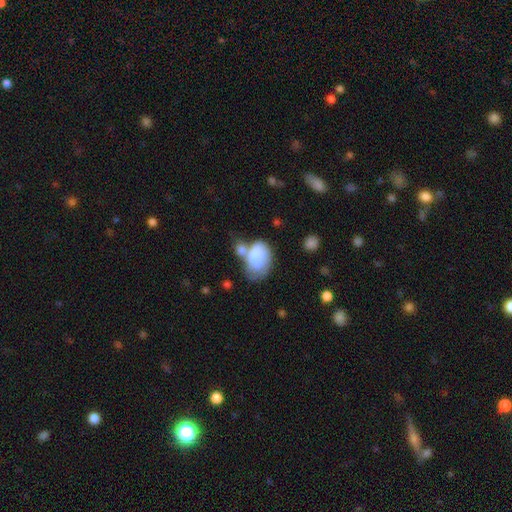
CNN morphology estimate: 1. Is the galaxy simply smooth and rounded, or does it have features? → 59% smooth, 34% featured or disk, 7% star or artifact.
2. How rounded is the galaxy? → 85% in between, 13% round, 1% cigar-shaped.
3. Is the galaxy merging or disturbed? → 41% merger, 22% major disturbance, 19% minor disturbance, 19% none.